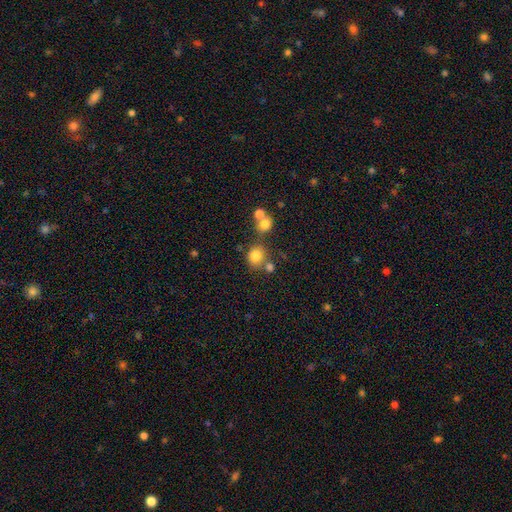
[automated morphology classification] A smooth galaxy with no disk features (79%) that is round (77%).

Vote fractions:
- Smooth or featured? smooth: 79% / star or artifact: 13% / featured or disk: 8%
- How rounded? round: 77% / in between: 22% / cigar-shaped: 1%
- Merging? none: 62% / merger: 22% / minor disturbance: 11% / major disturbance: 5%